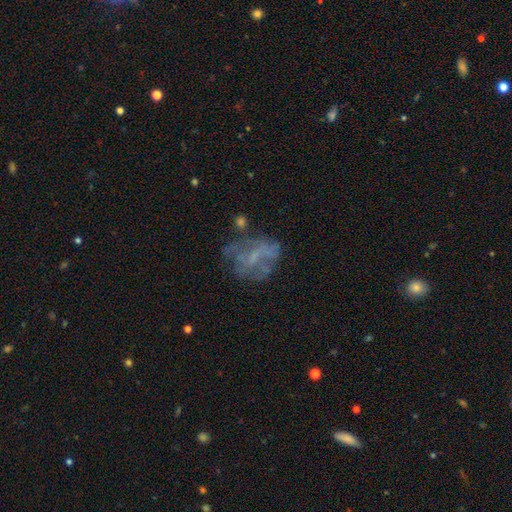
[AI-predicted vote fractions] Smooth or featured: featured or disk — 57% (smooth — 27%)
Edge-on disk: no — 97% (yes — 3%)
Bar: no — 64% (weak — 27%)
Spiral arms: no — 72% (yes — 28%)
Bulge size: none — 62% (small — 24%)
Merging: none — 46% (major disturbance — 28%)